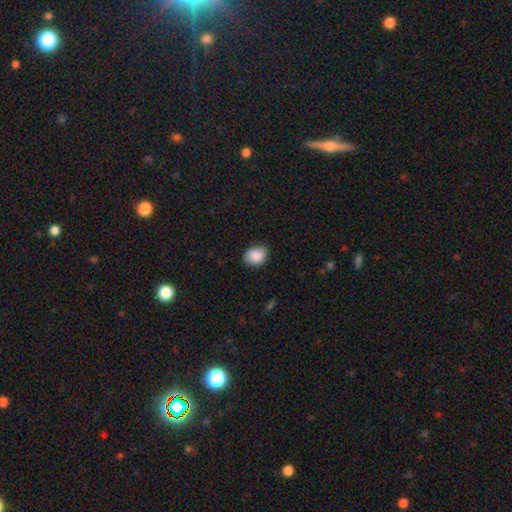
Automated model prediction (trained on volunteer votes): Smooth or featured? Predicted: smooth (p=0.88). How rounded? Predicted: round (p=0.51). Merging? Predicted: none (p=0.77).